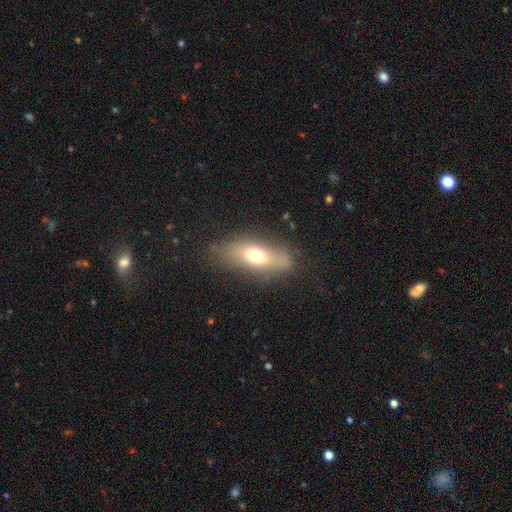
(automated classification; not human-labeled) smooth_or_featured: smooth (p=0.63) [alt: featured or disk p=0.27]
how_rounded: in between (p=0.71) [alt: cigar-shaped p=0.23]
merging: none (p=0.76) [alt: minor disturbance p=0.16]